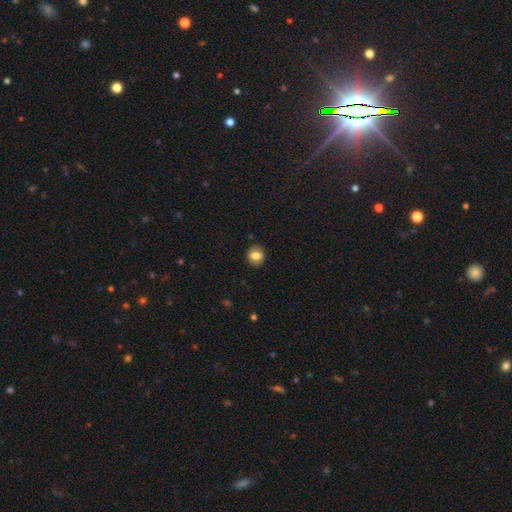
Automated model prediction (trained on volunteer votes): Q: Smooth or featured?
A: smooth (81%); runner-up: featured or disk (10%)
Q: How rounded?
A: round (74%); runner-up: in between (25%)
Q: Merging?
A: none (87%); runner-up: minor disturbance (10%)